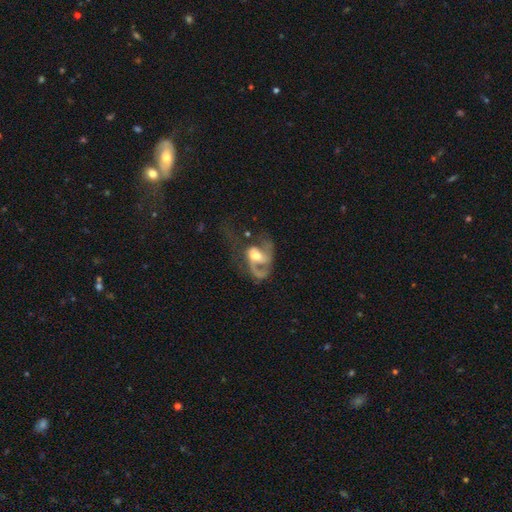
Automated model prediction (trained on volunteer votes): Smooth or featured: featured or disk — 74% (smooth — 19%)
Edge-on disk: no — 97% (yes — 3%)
Bar: no — 48% (weak — 39%)
Spiral arms: yes — 80% (no — 20%)
Spiral winding: loose — 44% (medium — 40%)
Spiral arm count: 1 — 48% (2 — 33%)
Bulge size: moderate — 57% (large — 23%)
Merging: major disturbance — 55% (none — 23%)